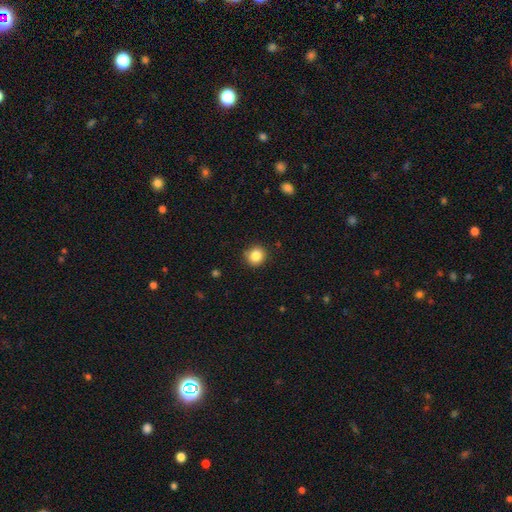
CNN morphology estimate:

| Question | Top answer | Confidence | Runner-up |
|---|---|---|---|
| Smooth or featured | smooth | 85% | star or artifact (10%) |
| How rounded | round | 88% | in between (11%) |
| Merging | none | 88% | minor disturbance (9%) |